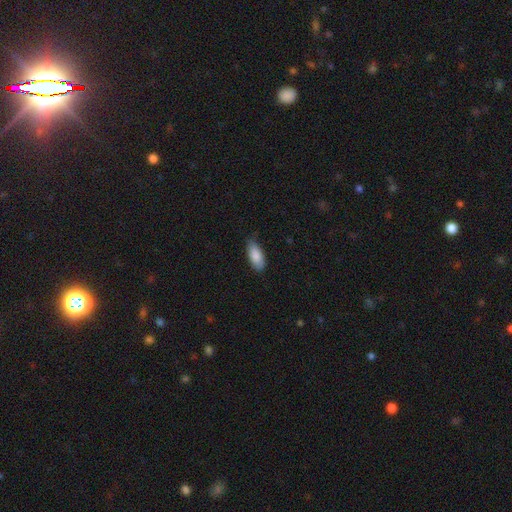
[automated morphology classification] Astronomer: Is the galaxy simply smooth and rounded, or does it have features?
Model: smooth — 87%.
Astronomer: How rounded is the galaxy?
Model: in between — 88%.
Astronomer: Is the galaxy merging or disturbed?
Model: none — 75%.